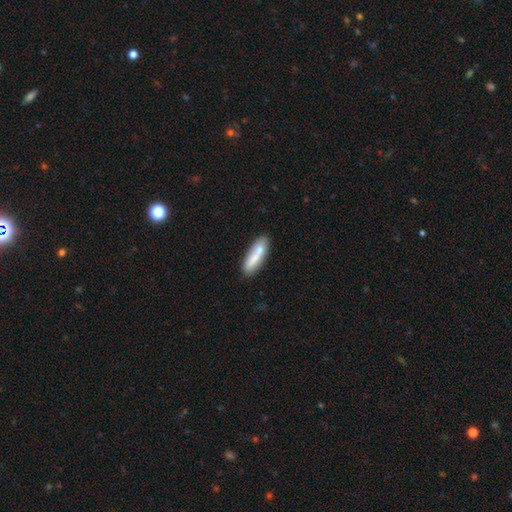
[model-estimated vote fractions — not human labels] This appears to be a smooth galaxy with no disk features (73%) that is cigar-shaped (58%). Merging: none (65%).